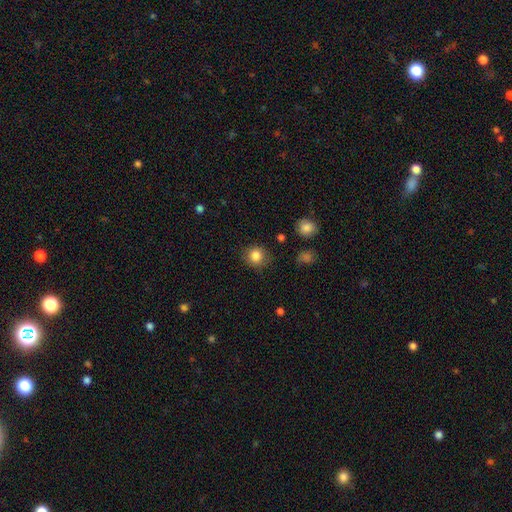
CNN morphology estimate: Smooth or featured? smooth (84%)
How rounded? round (85%)
Merging? none (84%)